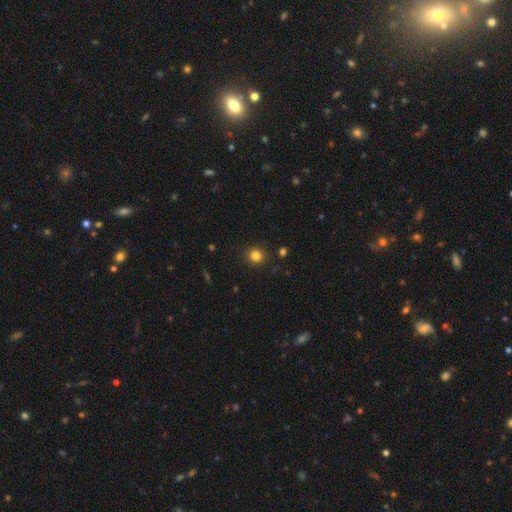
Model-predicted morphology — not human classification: This is clearly a smooth galaxy (82%). How rounded: clearly round (89%). Merging: clearly none (90%).